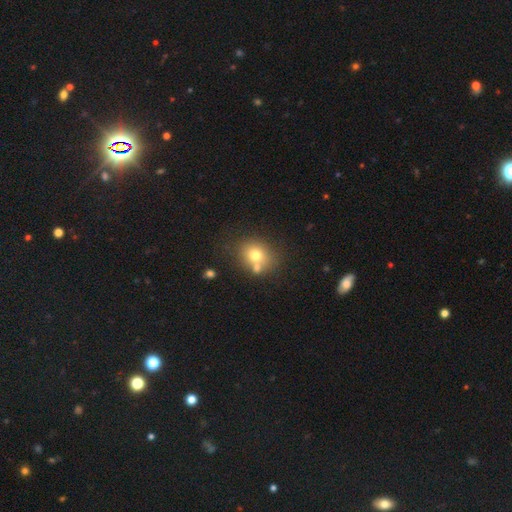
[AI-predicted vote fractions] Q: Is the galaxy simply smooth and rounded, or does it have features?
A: smooth — 71%.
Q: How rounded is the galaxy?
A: round — 65%.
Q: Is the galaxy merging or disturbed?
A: none — 58%.